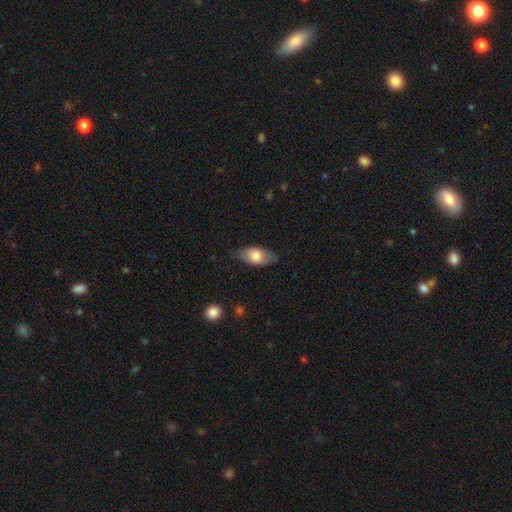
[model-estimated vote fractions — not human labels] Smooth or featured: smooth — 71% (featured or disk — 23%)
How rounded: in between — 89% (cigar-shaped — 6%)
Merging: none — 77% (minor disturbance — 18%)